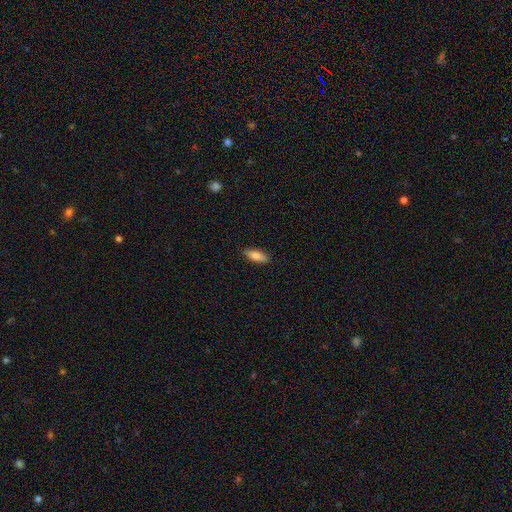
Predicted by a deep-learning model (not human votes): Smooth or featured? smooth (80%)
How rounded? in between (62%)
Merging? none (87%)